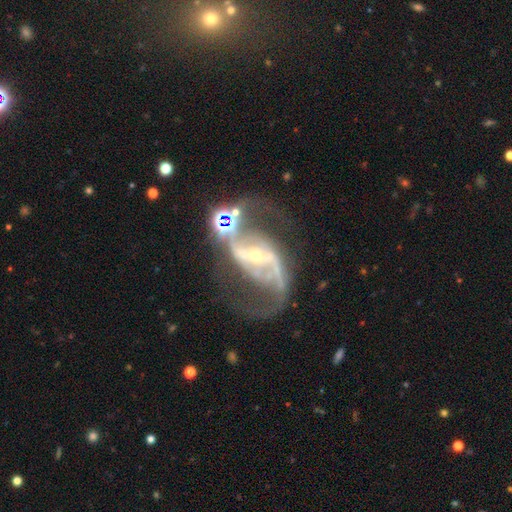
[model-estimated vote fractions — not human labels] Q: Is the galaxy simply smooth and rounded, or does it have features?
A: featured or disk — 90%.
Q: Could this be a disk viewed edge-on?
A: no — 96%.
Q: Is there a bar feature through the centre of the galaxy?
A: strong — 55%.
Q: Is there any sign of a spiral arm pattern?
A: yes — 96%.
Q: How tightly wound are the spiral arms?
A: loose — 51%.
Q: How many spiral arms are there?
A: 2 — 91%.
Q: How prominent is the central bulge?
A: small — 70%.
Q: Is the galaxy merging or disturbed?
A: none — 57%.